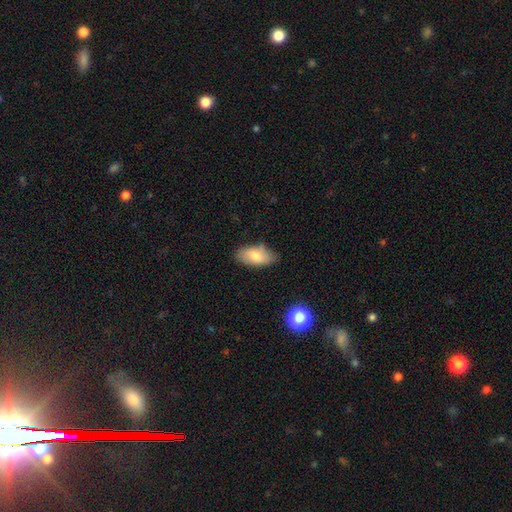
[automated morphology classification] This appears to be a smooth galaxy with no disk features (78%) that is in between round and cigar-shaped (93%). Merging: none (74%).